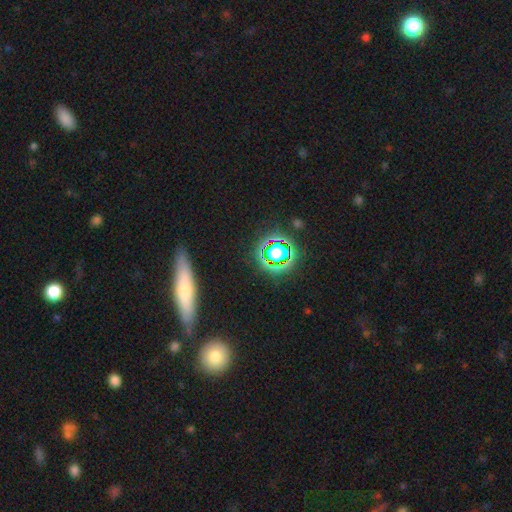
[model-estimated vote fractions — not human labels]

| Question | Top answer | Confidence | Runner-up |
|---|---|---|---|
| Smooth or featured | featured or disk | 40% | smooth (32%) |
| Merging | none | 84% | minor disturbance (8%) |